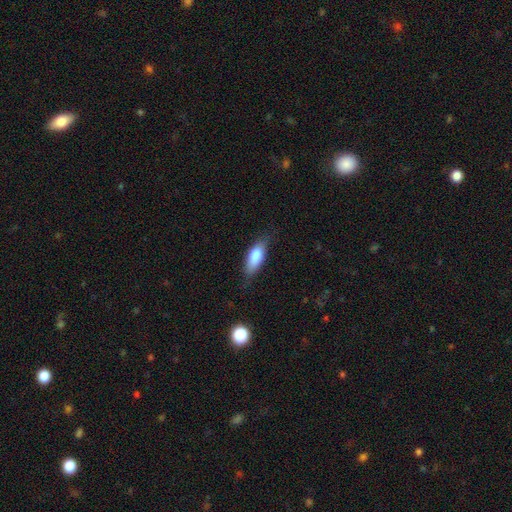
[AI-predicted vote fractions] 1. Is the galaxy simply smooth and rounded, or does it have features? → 80% smooth, 14% featured or disk, 6% star or artifact.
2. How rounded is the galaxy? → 72% in between, 26% cigar-shaped, 2% round.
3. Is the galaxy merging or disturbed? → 73% none, 21% minor disturbance, 5% major disturbance, 1% merger.